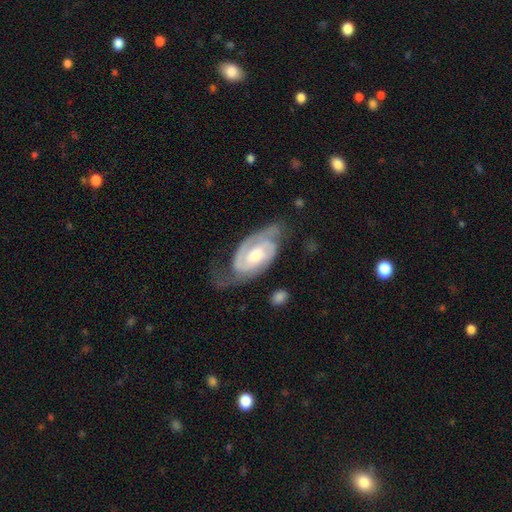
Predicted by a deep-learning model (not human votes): A featured or disk galaxy (88%) with no bar (51%), 2 (78%) tight (53%) spiral arms (97%) and a moderate central bulge (61%). Merging: none (57%).